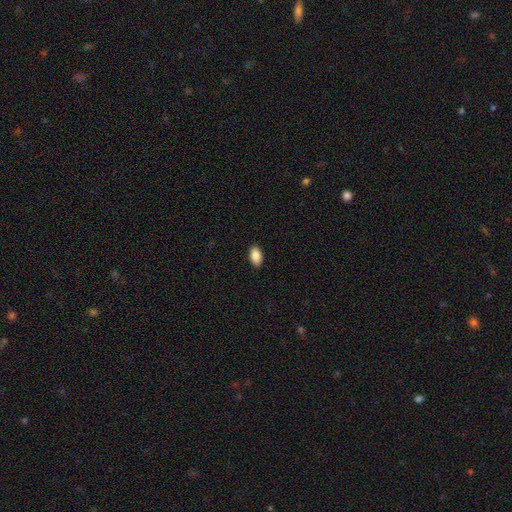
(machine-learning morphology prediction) Smooth or featured?
  - smooth: 88% *
  - star or artifact: 7%
  - featured or disk: 5%
How rounded?
  - in between: 93% *
  - round: 4%
  - cigar-shaped: 2%
Merging?
  - none: 89% *
  - minor disturbance: 8%
  - major disturbance: 2%
  - merger: 1%